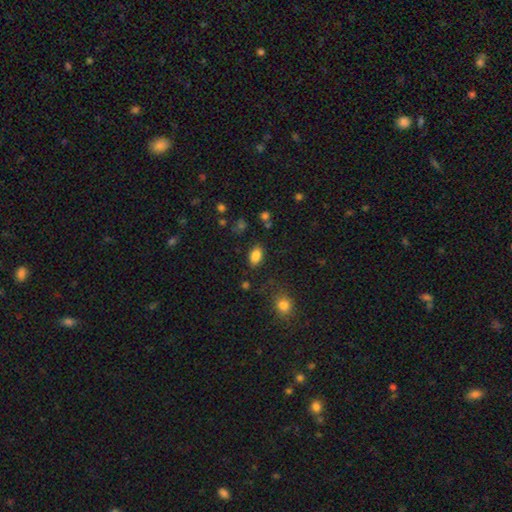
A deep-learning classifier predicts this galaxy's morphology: Smooth or featured? smooth (85%)
How rounded? in between (88%)
Merging? none (83%)